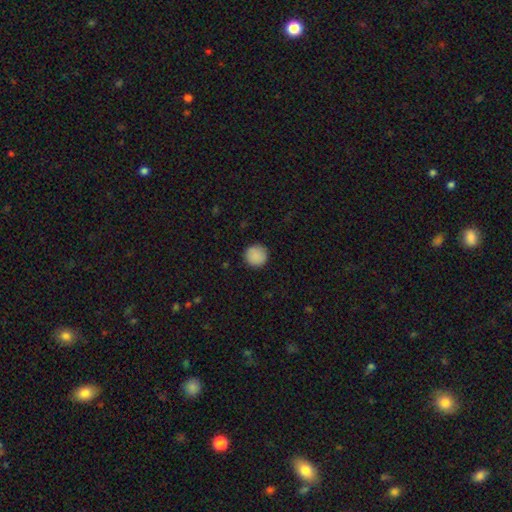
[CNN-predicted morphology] Smooth or featured? Predicted: smooth (p=0.89). How rounded? Predicted: round (p=0.95). Merging? Predicted: none (p=0.90).